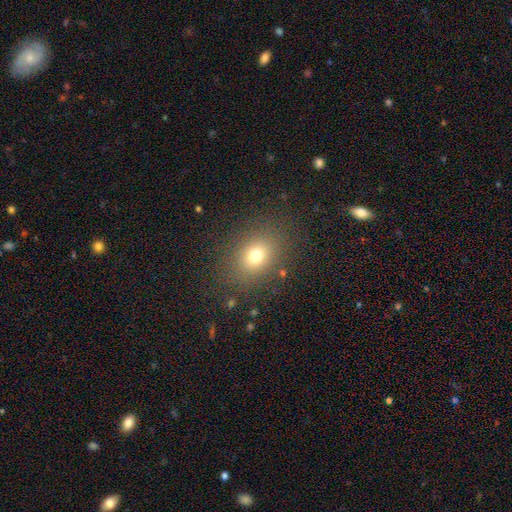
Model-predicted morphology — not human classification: Smooth or featured? smooth (73%)
How rounded? in between (58%)
Merging? none (84%)